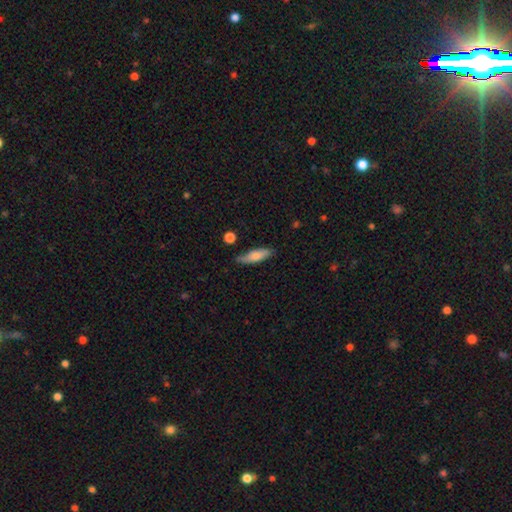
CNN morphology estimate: type=smooth (67%); roundness=cigar-shaped (56%); merging=none (77%).